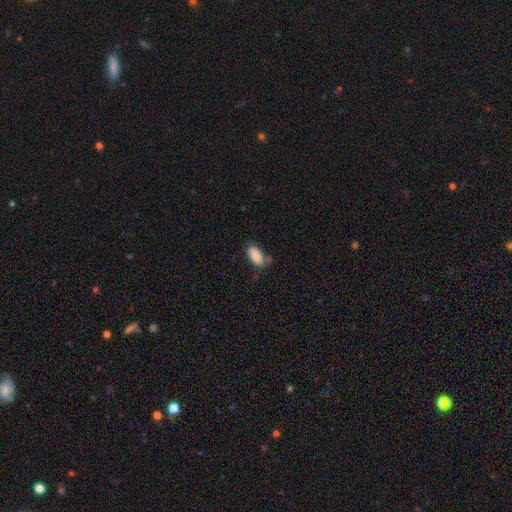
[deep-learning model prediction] smooth-or-featured: smooth: 88% | star or artifact: 7% | featured or disk: 5%
  how-rounded: in between: 91% | cigar-shaped: 7% | round: 2%
  merging: none: 62% | minor disturbance: 24% | merger: 8% | major disturbance: 6%